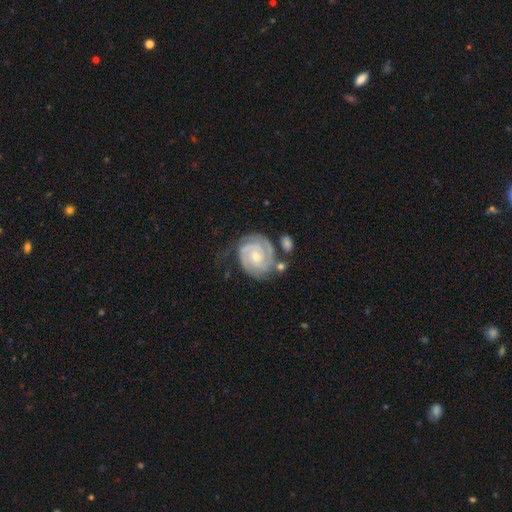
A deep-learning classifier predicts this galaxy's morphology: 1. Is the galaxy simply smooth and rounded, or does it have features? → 89% featured or disk, 7% smooth, 4% star or artifact.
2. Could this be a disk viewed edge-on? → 98% no, 2% yes.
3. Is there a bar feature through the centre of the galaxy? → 59% no, 33% weak, 8% strong.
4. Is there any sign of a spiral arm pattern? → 98% yes, 2% no.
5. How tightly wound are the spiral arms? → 75% tight, 22% medium, 3% loose.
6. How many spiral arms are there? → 52% 2, 25% 3, 12% can't tell, 5% 4, 3% 1, 3% more than 4.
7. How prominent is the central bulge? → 56% small, 40% moderate, 2% none, 2% large, 1% dominant.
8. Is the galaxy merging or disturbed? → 61% none, 21% minor disturbance, 9% major disturbance, 9% merger.